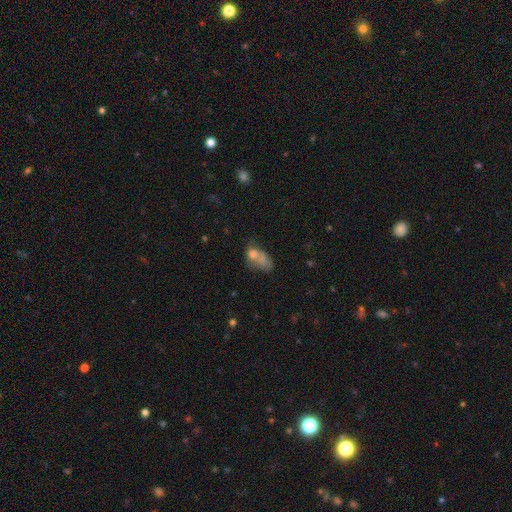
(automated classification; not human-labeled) smooth_or_featured: smooth (p=0.63) [alt: featured or disk p=0.24]
how_rounded: in between (p=0.74) [alt: round p=0.23]
merging: merger (p=0.47) [alt: none p=0.20]